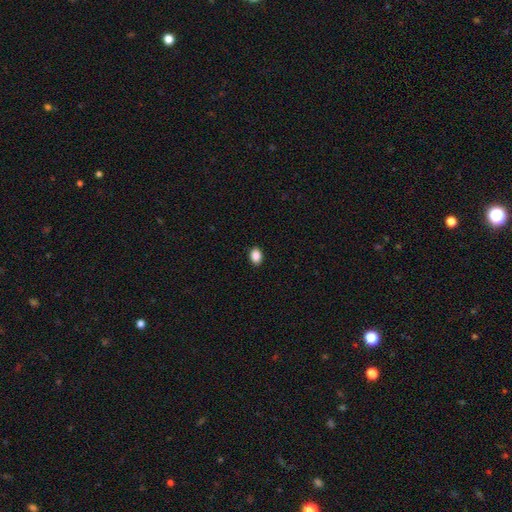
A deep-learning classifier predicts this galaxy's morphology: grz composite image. It shows a smooth galaxy with no disk features (89%) that is in between round and cigar-shaped (79%). Merging: none (90%).